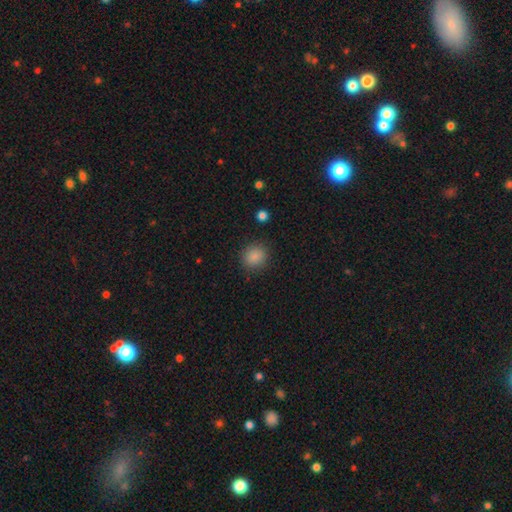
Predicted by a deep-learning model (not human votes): smooth_or_featured: smooth (p=0.87) [alt: star or artifact p=0.10]
how_rounded: round (p=0.82) [alt: in between p=0.18]
merging: none (p=0.87) [alt: minor disturbance p=0.08]